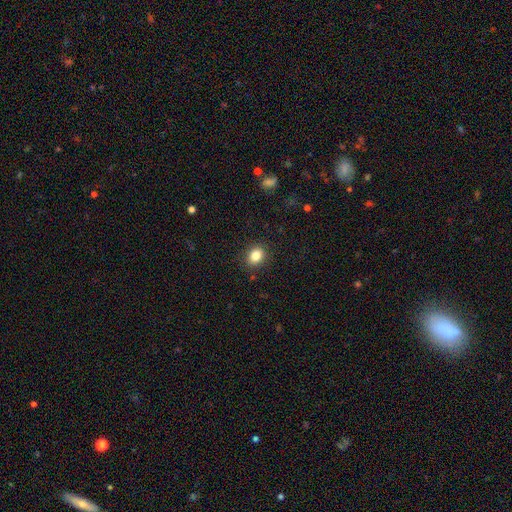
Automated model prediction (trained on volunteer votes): smooth-or-featured: smooth: 84% | star or artifact: 10% | featured or disk: 6%
  how-rounded: round: 52% | in between: 47% | cigar-shaped: 1%
  merging: none: 89% | minor disturbance: 8% | major disturbance: 2% | merger: 1%